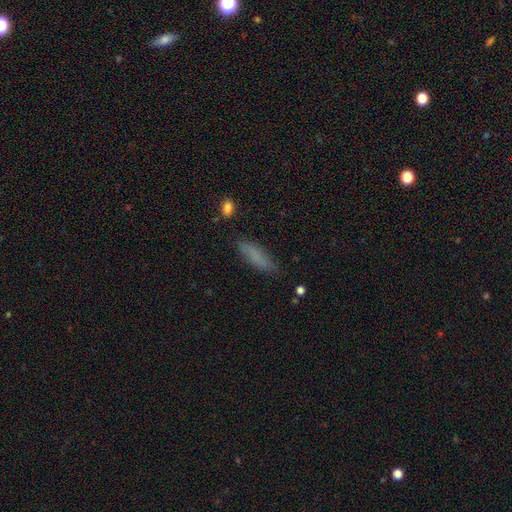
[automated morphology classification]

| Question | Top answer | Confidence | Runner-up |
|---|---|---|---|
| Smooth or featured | smooth | 78% | featured or disk (14%) |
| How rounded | cigar-shaped | 61% | in between (37%) |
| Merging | none | 79% | minor disturbance (16%) |